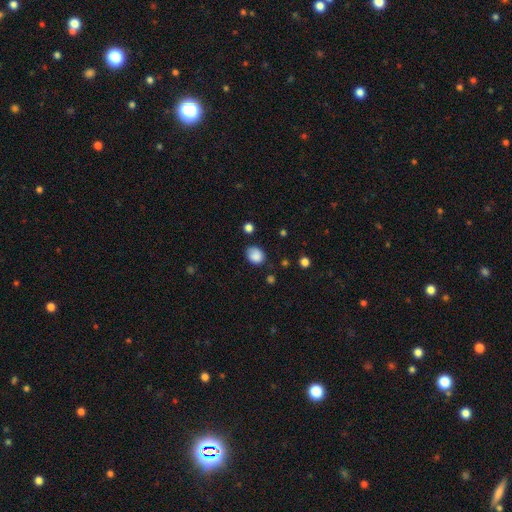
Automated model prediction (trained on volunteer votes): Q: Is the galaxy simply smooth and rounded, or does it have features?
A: smooth — 86%.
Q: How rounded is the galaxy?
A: in between — 50%.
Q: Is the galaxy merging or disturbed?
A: none — 66%.